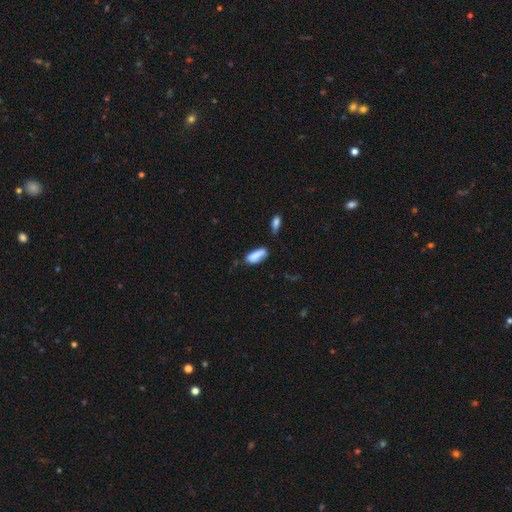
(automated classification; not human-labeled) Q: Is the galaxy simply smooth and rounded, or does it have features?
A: smooth — 80%.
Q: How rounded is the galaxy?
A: in between — 72%.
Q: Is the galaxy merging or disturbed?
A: none — 50%.